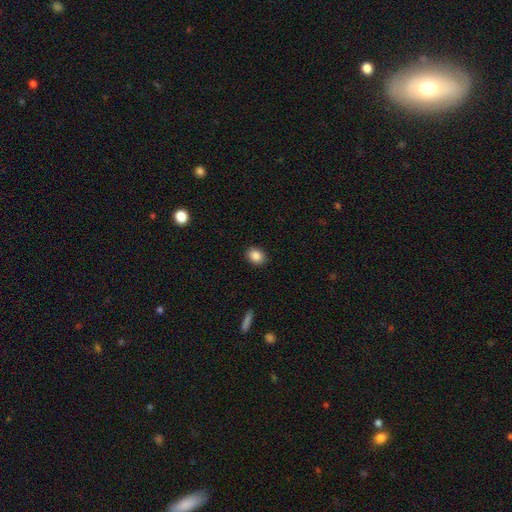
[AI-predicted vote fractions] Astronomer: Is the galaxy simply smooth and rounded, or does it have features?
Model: smooth — 87%.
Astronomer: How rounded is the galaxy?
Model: in between — 64%.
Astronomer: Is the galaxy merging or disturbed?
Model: none — 89%.